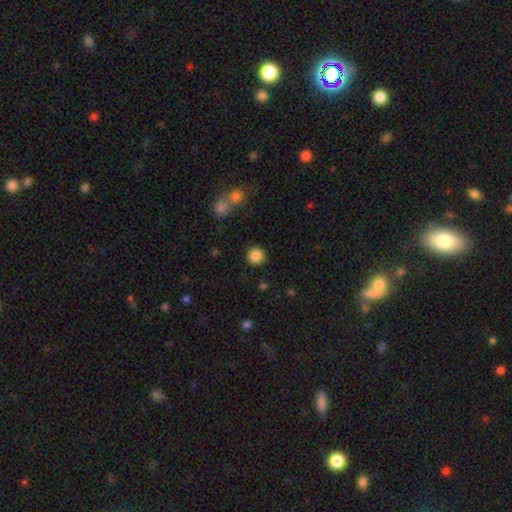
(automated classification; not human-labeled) Q: Smooth or featured?
A: smooth (86%); runner-up: star or artifact (10%)
Q: How rounded?
A: round (92%); runner-up: in between (7%)
Q: Merging?
A: none (88%); runner-up: minor disturbance (7%)